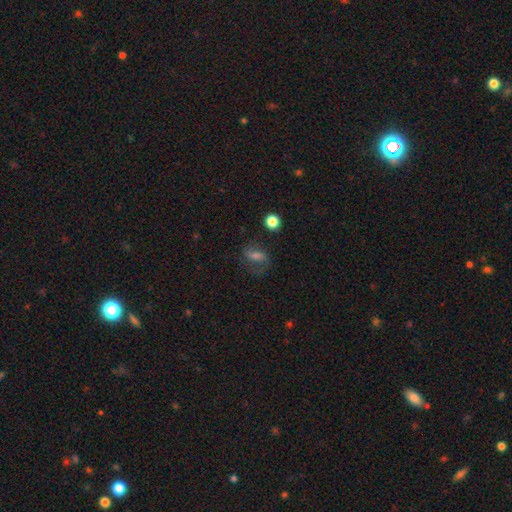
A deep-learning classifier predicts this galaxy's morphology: The model was most divided on "smooth or featured": smooth: 50%, featured or disk: 31%, star or artifact: 19%. More confident: how rounded — in between (69%); merging — none (64%).